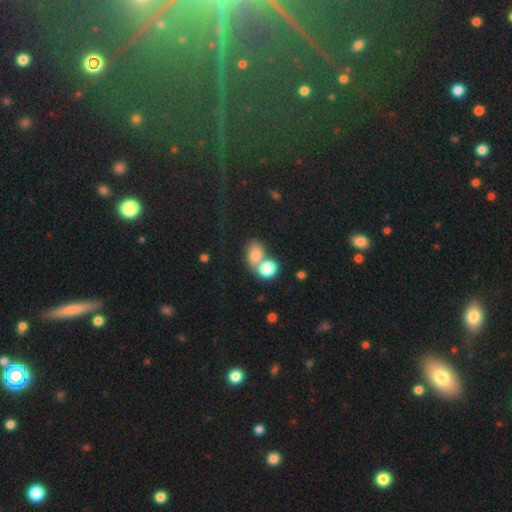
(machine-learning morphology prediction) Overall: smooth (78%). How rounded: in between (59%; round 40%). Merging: merger (56%; none 31%).